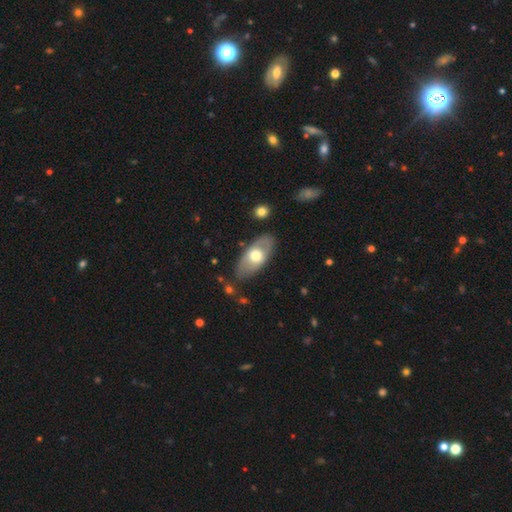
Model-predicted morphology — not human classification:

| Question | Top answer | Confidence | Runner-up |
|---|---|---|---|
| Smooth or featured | smooth | 50% | featured or disk (45%) |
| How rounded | in between | 89% | cigar-shaped (6%) |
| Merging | none | 78% | minor disturbance (15%) |